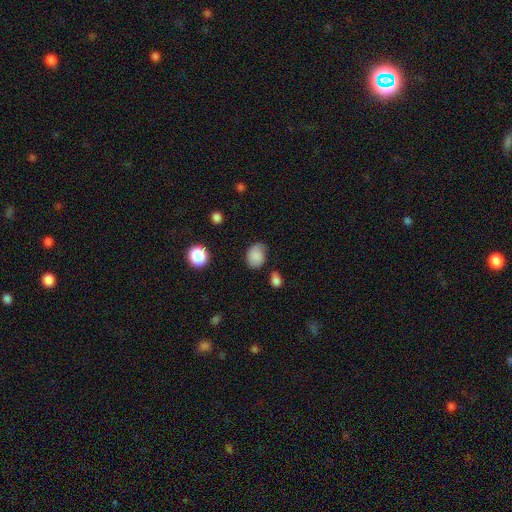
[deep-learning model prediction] Smooth or featured: smooth — 80% (featured or disk — 11%)
How rounded: in between — 60% (round — 39%)
Merging: none — 58% (minor disturbance — 30%)